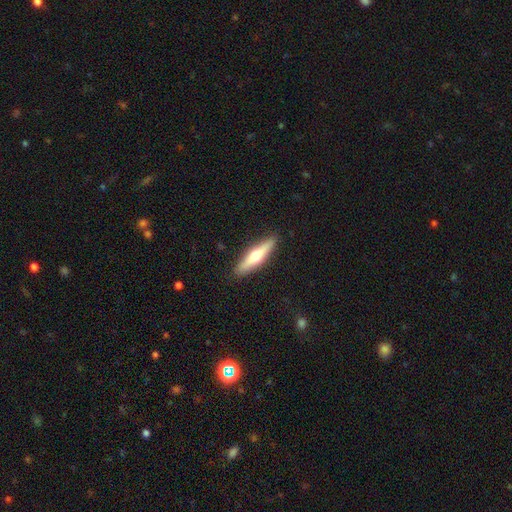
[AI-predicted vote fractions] Smooth or featured? Predicted: smooth (p=0.48). Merging? Predicted: none (p=0.90).